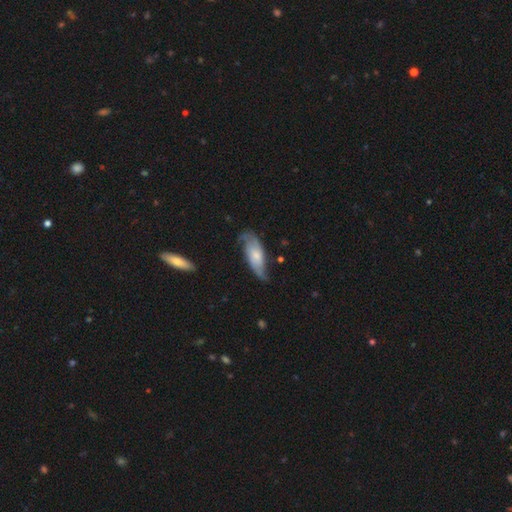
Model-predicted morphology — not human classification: Smooth or featured?
  - featured or disk: 66% *
  - smooth: 28%
  - star or artifact: 6%
Edge-on disk?
  - no: 88% *
  - yes: 12%
Bar?
  - no: 64% *
  - weak: 28%
  - strong: 7%
Spiral arms?
  - yes: 91% *
  - no: 9%
Spiral winding?
  - loose: 49% *
  - medium: 35%
  - tight: 16%
Spiral arm count?
  - 2: 84% *
  - can't tell: 9%
  - 1: 3%
  - 3: 2%
  - 4: 1%
  - more than 4: 1%
Bulge size?
  - small: 45% *
  - moderate: 35%
  - none: 10%
  - large: 8%
  - dominant: 2%
Merging?
  - none: 61% *
  - minor disturbance: 25%
  - major disturbance: 12%
  - merger: 2%